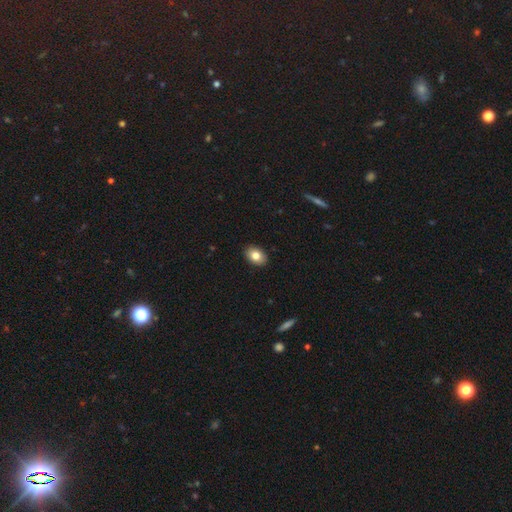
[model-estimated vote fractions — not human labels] The model was most divided on "how rounded": in between: 83%, round: 16%, cigar-shaped: 1%. More confident: merging — none (90%); smooth or featured — smooth (82%).